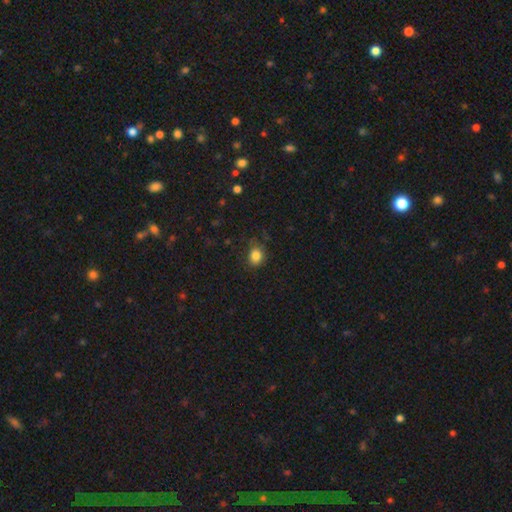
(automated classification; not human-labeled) smooth 84%, star or artifact 11%, featured or disk 5%. Down the decision tree: how rounded — round (60%); merging — none (73%).